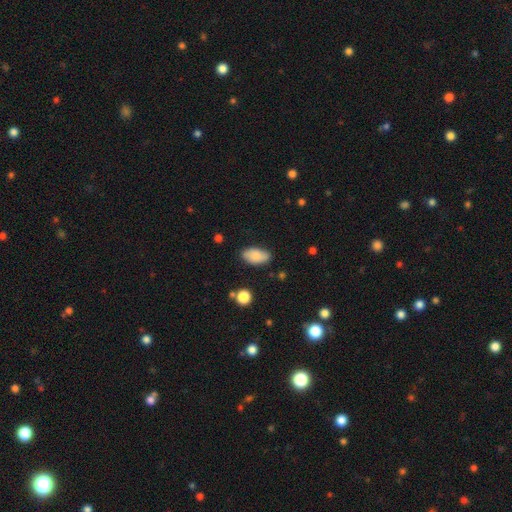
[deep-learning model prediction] Smooth or featured? Predicted: smooth (p=0.83). How rounded? Predicted: in between (p=0.94). Merging? Predicted: none (p=0.80).